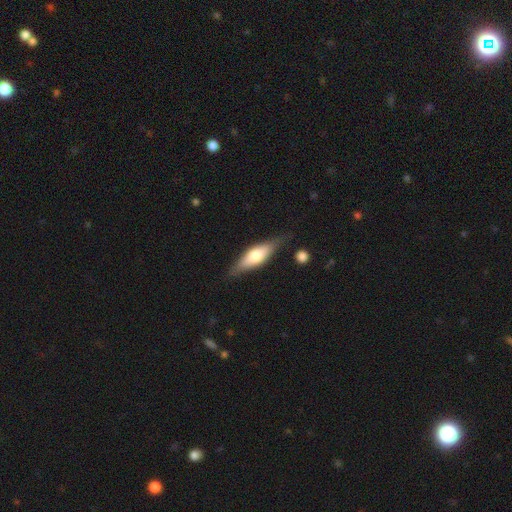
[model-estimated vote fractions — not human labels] The model was most divided on "smooth or featured": smooth: 49%, featured or disk: 45%, star or artifact: 6%. More confident: merging — none (74%).